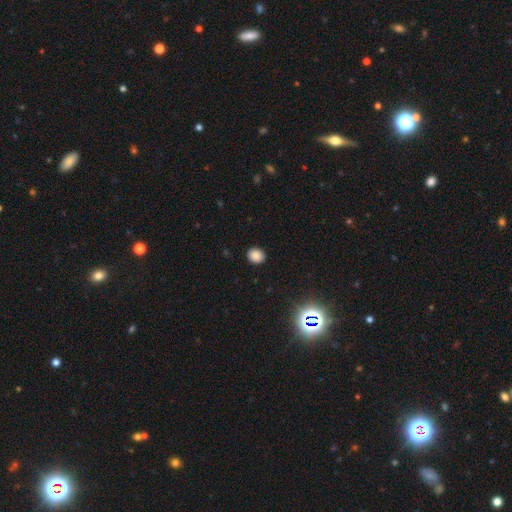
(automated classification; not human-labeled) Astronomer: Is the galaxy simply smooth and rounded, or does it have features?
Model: smooth — 83%.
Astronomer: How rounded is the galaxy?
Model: round — 73%.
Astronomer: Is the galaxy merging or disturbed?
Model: none — 90%.